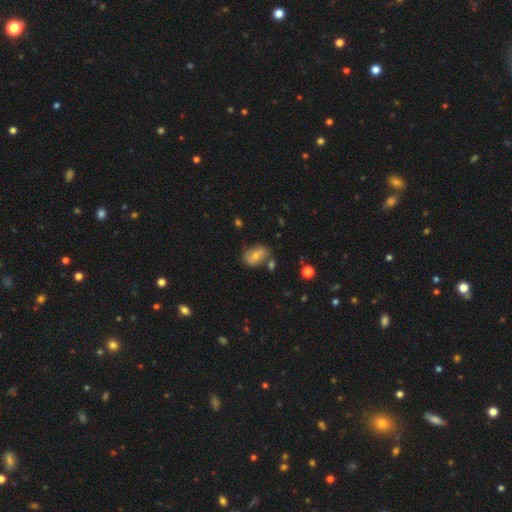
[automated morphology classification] Q: Smooth or featured?
A: smooth (65%); runner-up: featured or disk (26%)
Q: How rounded?
A: in between (84%); runner-up: round (14%)
Q: Merging?
A: none (66%); runner-up: minor disturbance (20%)